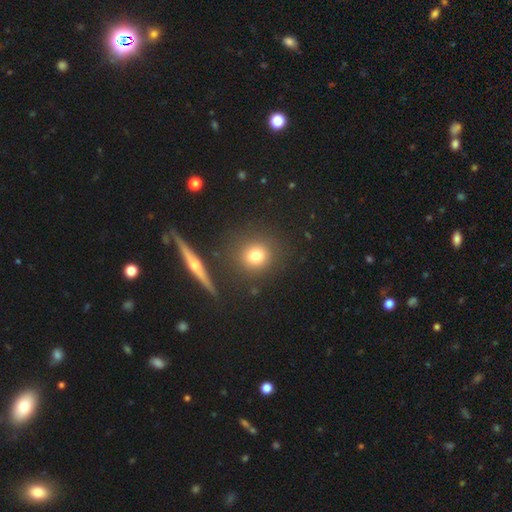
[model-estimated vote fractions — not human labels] smooth 76%, star or artifact 12%, featured or disk 12%. Down the decision tree: how rounded — round (87%); merging — none (85%).